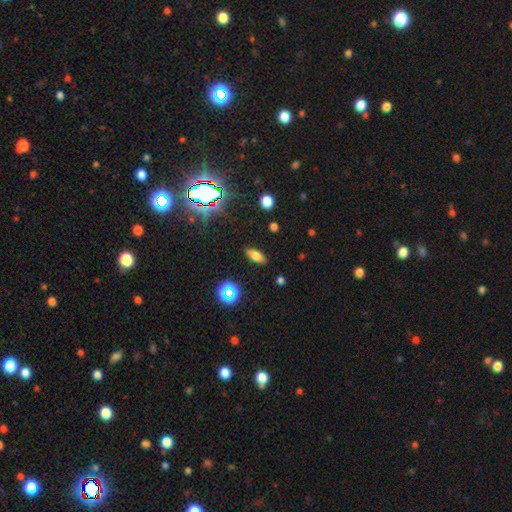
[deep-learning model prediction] smooth-or-featured: smooth: 72% | star or artifact: 16% | featured or disk: 12%
  how-rounded: in between: 79% | cigar-shaped: 16% | round: 5%
  merging: none: 88% | minor disturbance: 8% | major disturbance: 2% | merger: 1%